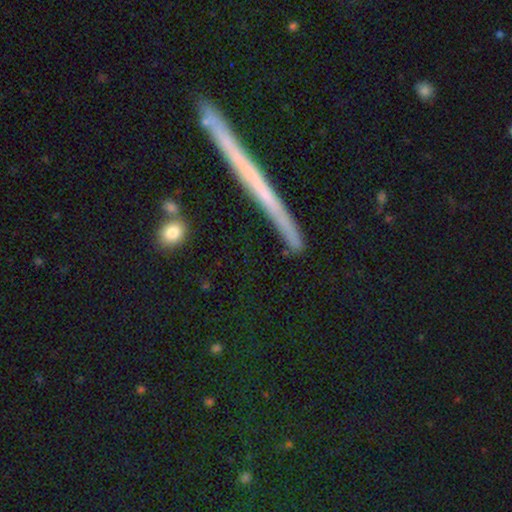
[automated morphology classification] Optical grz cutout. It shows a smooth galaxy with no disk features (37%). Merging: none (84%).